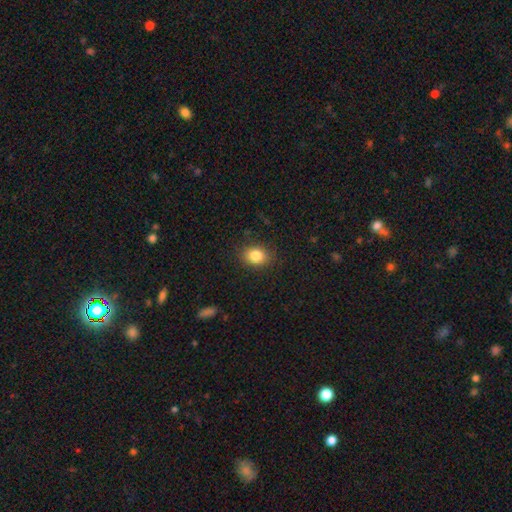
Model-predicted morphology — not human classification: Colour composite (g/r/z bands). It shows a smooth galaxy with no disk features (83%) that is in between round and cigar-shaped (57%). Merging: none (87%).